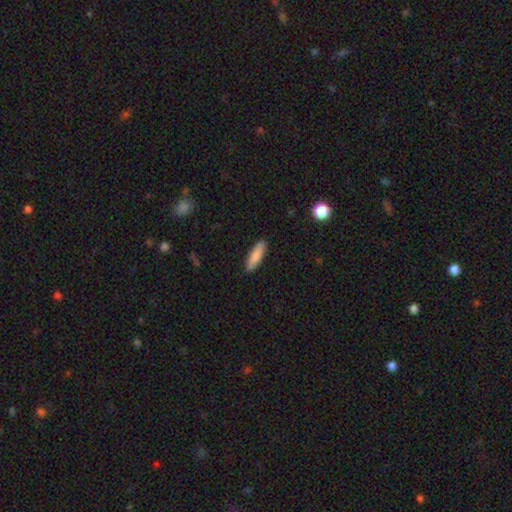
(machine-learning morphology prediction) smooth 84%, featured or disk 10%, star or artifact 6%. Down the decision tree: how rounded — cigar-shaped (62%); merging — none (90%).